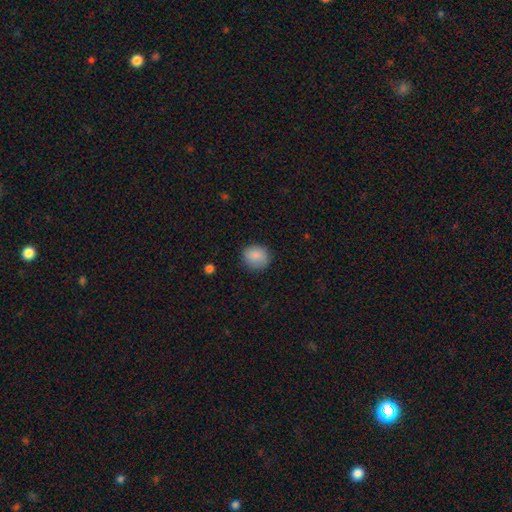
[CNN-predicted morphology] smooth_or_featured: smooth (p=0.87) [alt: star or artifact p=0.08]
how_rounded: round (p=0.74) [alt: in between p=0.25]
merging: none (p=0.82) [alt: minor disturbance p=0.14]